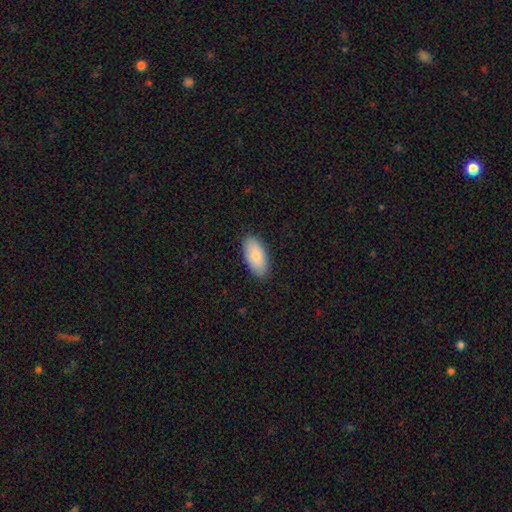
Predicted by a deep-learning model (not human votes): smooth_or_featured: smooth (p=0.85) [alt: featured or disk p=0.09]
how_rounded: in between (p=0.93) [alt: cigar-shaped p=0.05]
merging: none (p=0.87) [alt: minor disturbance p=0.10]